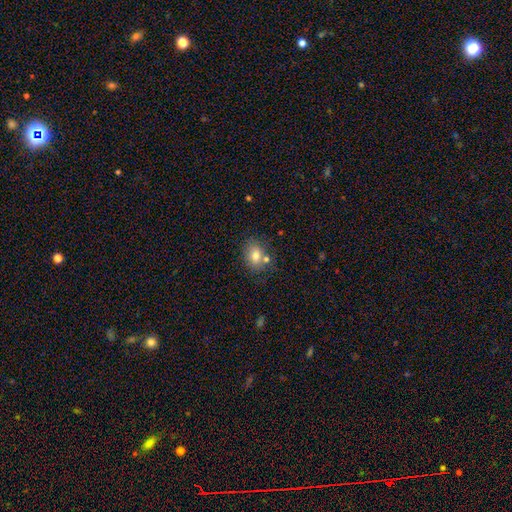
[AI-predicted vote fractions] Overall: smooth (76%). How rounded: in between (61%; round 38%). Merging: none (64%).